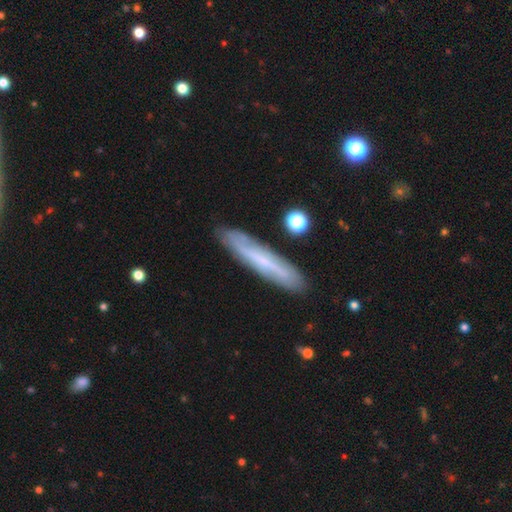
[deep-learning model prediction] Smooth or featured?
  - featured or disk: 50% *
  - smooth: 42%
  - star or artifact: 8%
Edge-on disk?
  - yes: 69% *
  - no: 31%
Merging?
  - none: 84% *
  - minor disturbance: 11%
  - major disturbance: 2%
  - merger: 2%